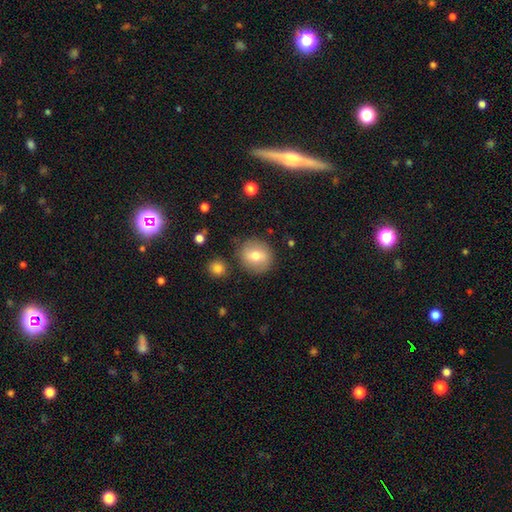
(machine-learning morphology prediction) smooth_or_featured: smooth (p=0.67) [alt: featured or disk p=0.24]
how_rounded: round (p=0.85) [alt: in between p=0.14]
merging: none (p=0.84) [alt: minor disturbance p=0.09]